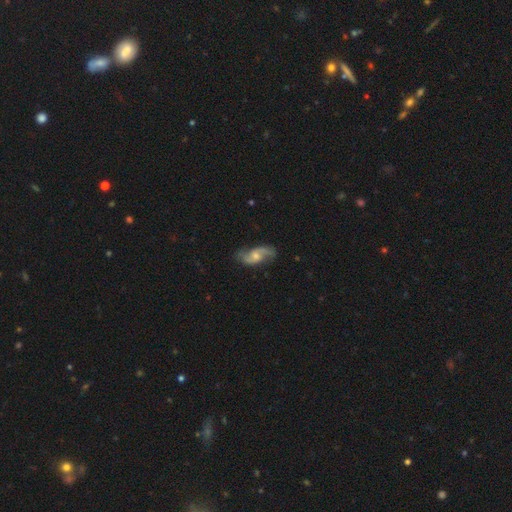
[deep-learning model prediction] Smooth or featured: featured or disk — 83% (smooth — 12%)
Edge-on disk: no — 95% (yes — 5%)
Bar: no — 53% (weak — 40%)
Spiral arms: yes — 96% (no — 4%)
Spiral winding: loose — 55% (medium — 36%)
Spiral arm count: 2 — 92% (can't tell — 3%)
Bulge size: moderate — 48% (small — 42%)
Merging: none — 76% (minor disturbance — 16%)